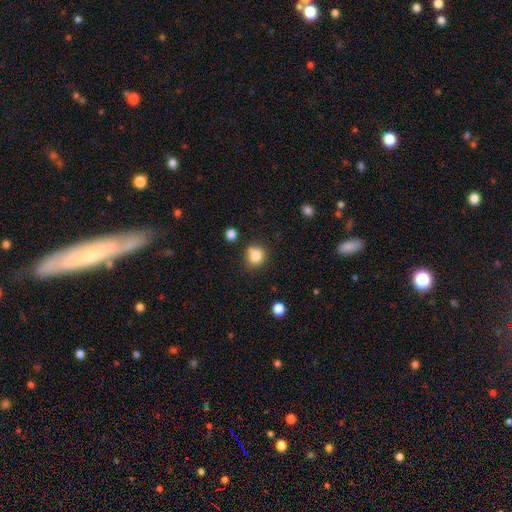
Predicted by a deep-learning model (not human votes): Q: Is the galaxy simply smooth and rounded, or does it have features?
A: smooth — 82%.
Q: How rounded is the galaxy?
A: round — 83%.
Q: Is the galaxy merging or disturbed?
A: none — 68%.